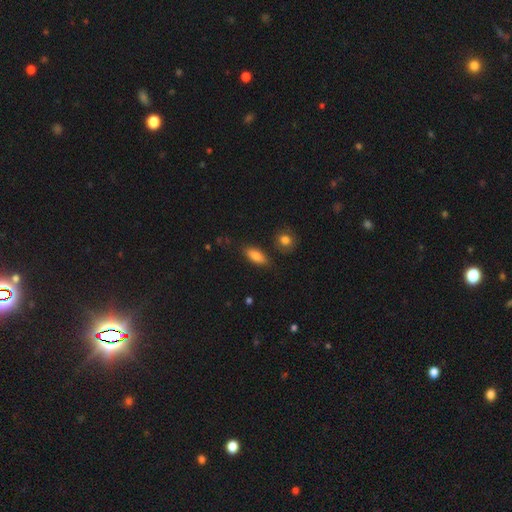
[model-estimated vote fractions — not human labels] This appears to be a smooth galaxy with no disk features (82%) that is in between round and cigar-shaped (82%). Merging: none (78%).